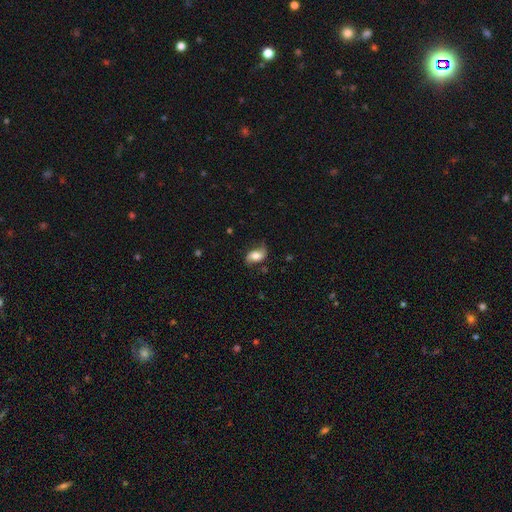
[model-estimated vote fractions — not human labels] This appears to be a smooth galaxy with no disk features (48%). Merging: none (67%).